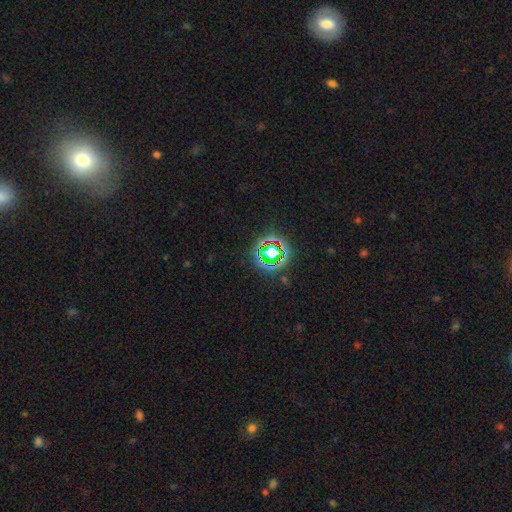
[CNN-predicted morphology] A star or artifact, not a galaxy (77%).

Vote fractions:
- Smooth or featured? star or artifact: 77% / smooth: 15% / featured or disk: 9%